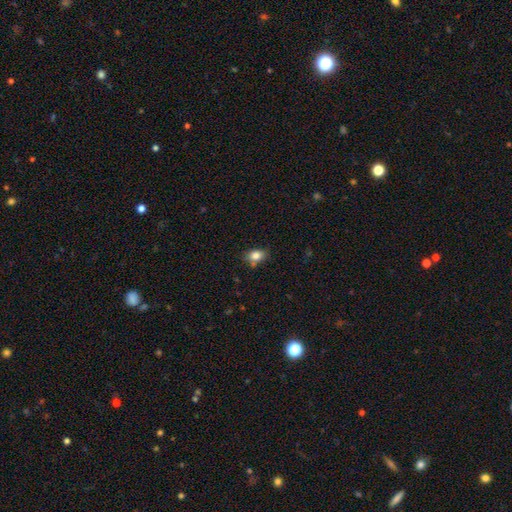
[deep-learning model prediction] Morphology: type=smooth (81%); roundness=in between (73%); merging=none (69%).